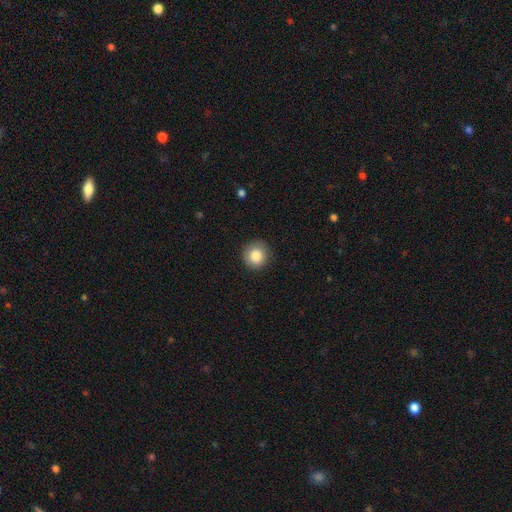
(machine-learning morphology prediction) This appears to be a smooth galaxy with no disk features (85%) that is round (94%). Merging: none (88%).